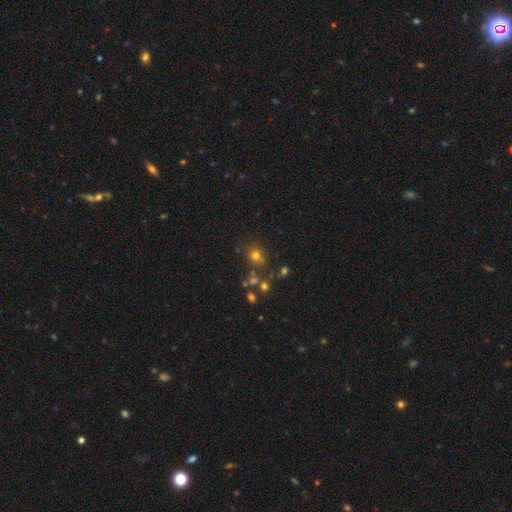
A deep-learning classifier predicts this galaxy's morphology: smooth_or_featured: smooth (p=0.68) [alt: star or artifact p=0.21]
how_rounded: round (p=0.79) [alt: in between p=0.20]
merging: none (p=0.67) [alt: merger p=0.15]